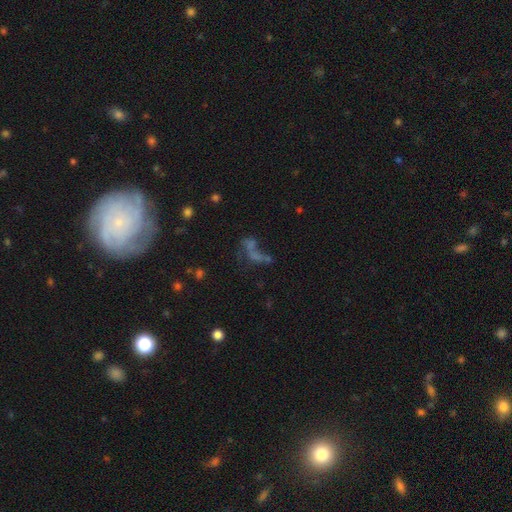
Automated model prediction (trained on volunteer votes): smooth-or-featured: smooth: 35% | star or artifact: 33% | featured or disk: 32%
  merging: none: 33% | merger: 29% | major disturbance: 26% | minor disturbance: 12%